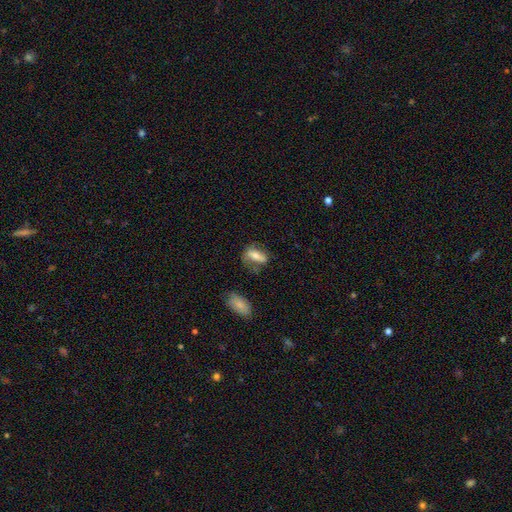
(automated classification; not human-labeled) Morphology: type=smooth (58%); roundness=in between (73%); merging=none (53%).